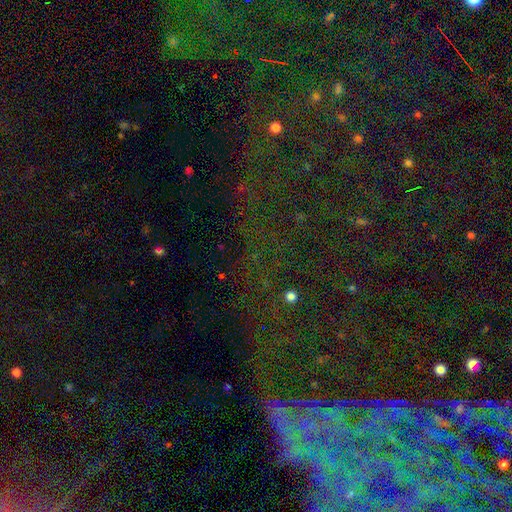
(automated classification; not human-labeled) Morphology: type=star or artifact (70%).